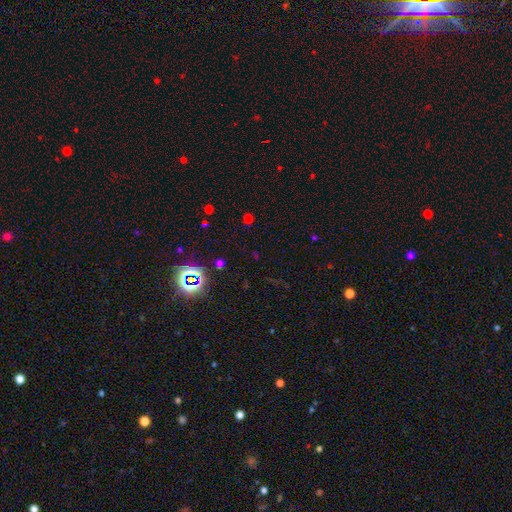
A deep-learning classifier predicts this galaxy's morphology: star or artifact 67%, smooth 25%, featured or disk 8%.